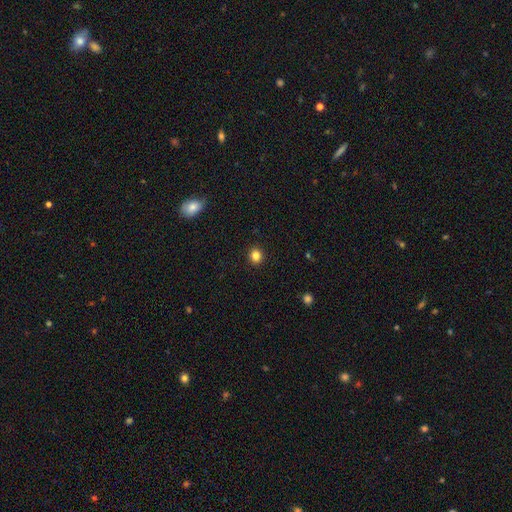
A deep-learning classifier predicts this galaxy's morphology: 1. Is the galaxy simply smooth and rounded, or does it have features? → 84% smooth, 12% star or artifact, 5% featured or disk.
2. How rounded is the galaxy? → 75% round, 24% in between, 1% cigar-shaped.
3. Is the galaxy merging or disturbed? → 91% none, 6% minor disturbance, 2% major disturbance, 1% merger.